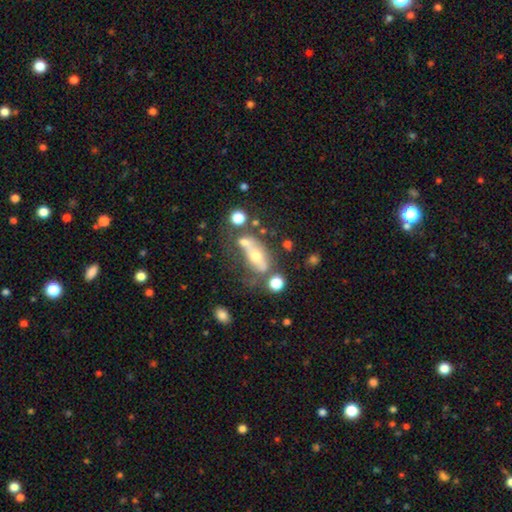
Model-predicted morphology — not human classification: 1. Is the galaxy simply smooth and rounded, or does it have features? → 48% featured or disk, 41% smooth, 11% star or artifact.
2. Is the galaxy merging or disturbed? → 36% none, 26% merger, 19% minor disturbance, 18% major disturbance.